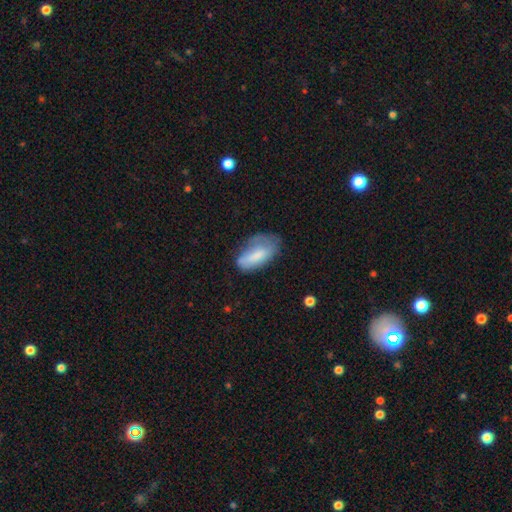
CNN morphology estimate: Smooth or featured? Predicted: smooth (p=0.71). How rounded? Predicted: in between (p=0.89). Merging? Predicted: none (p=0.45).